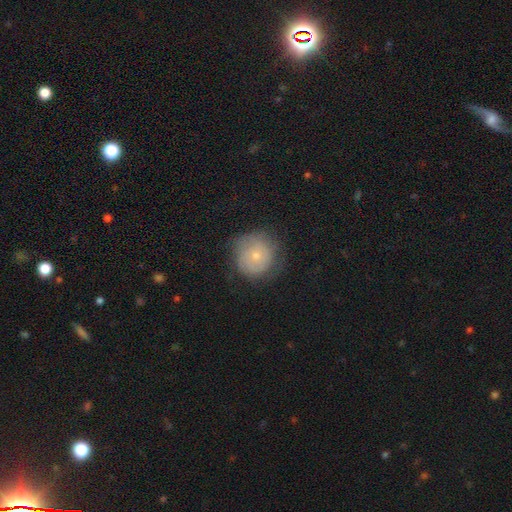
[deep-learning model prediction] Overall: smooth (57%; featured or disk 34%). How rounded: round (90%). Merging: none (67%).